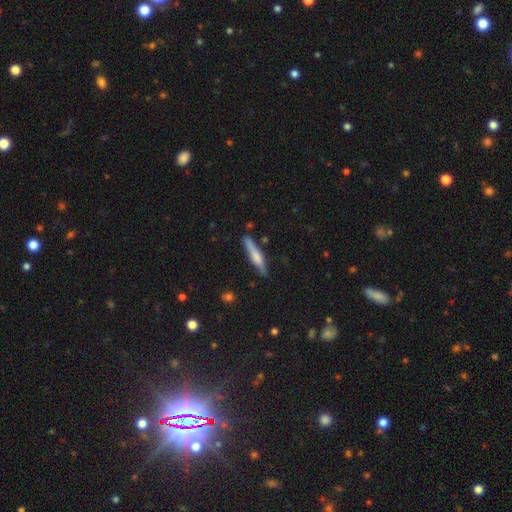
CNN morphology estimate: type=smooth (51%); roundness=cigar-shaped (90%); merging=none (82%).